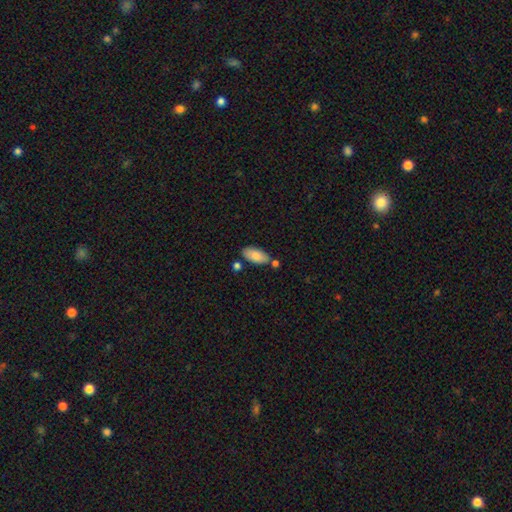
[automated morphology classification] Smooth or featured? Predicted: smooth (p=0.83). How rounded? Predicted: in between (p=0.91). Merging? Predicted: none (p=0.72).